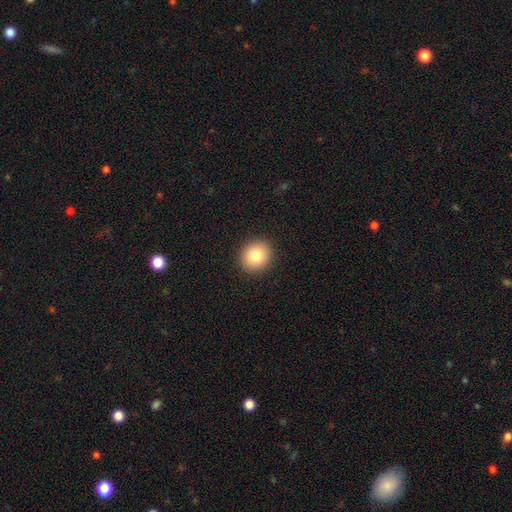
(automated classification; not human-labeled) Smooth or featured: smooth — 83% (star or artifact — 9%)
How rounded: round — 84% (in between — 15%)
Merging: none — 92% (minor disturbance — 6%)